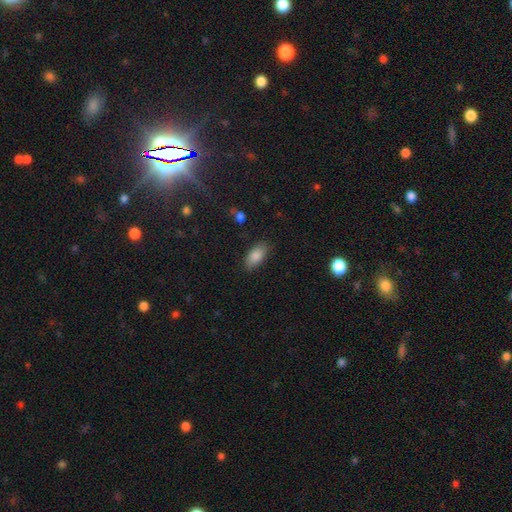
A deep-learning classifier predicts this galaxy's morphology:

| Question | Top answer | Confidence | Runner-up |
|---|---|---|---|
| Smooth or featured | smooth | 87% | star or artifact (7%) |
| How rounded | in between | 91% | cigar-shaped (6%) |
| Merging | none | 83% | minor disturbance (13%) |